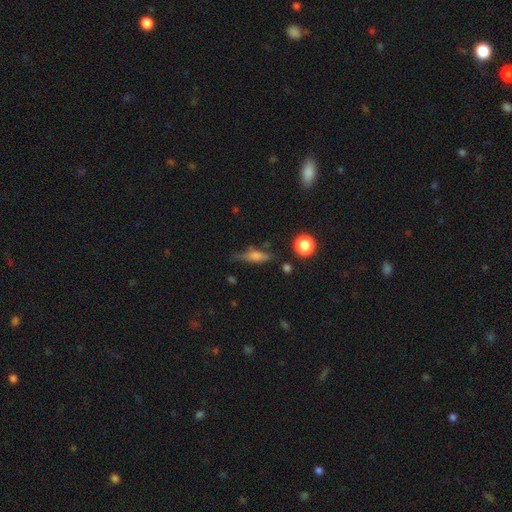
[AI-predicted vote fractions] A smooth galaxy with no disk features (52%) that is cigar-shaped (54%).

Vote fractions:
- Smooth or featured? smooth: 52% / featured or disk: 36% / star or artifact: 12%
- How rounded? cigar-shaped: 54% / in between: 40% / round: 6%
- Merging? none: 64% / minor disturbance: 24% / major disturbance: 8% / merger: 4%